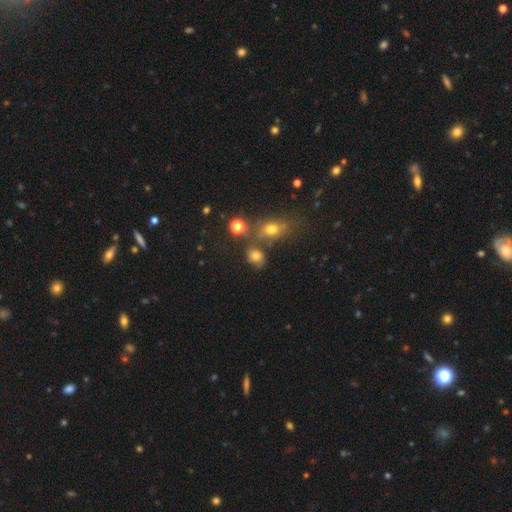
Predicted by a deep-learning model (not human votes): smooth-or-featured: smooth: 73% | star or artifact: 16% | featured or disk: 11%
  how-rounded: round: 51% | in between: 47% | cigar-shaped: 2%
  merging: none: 58% | merger: 19% | minor disturbance: 15% | major disturbance: 8%